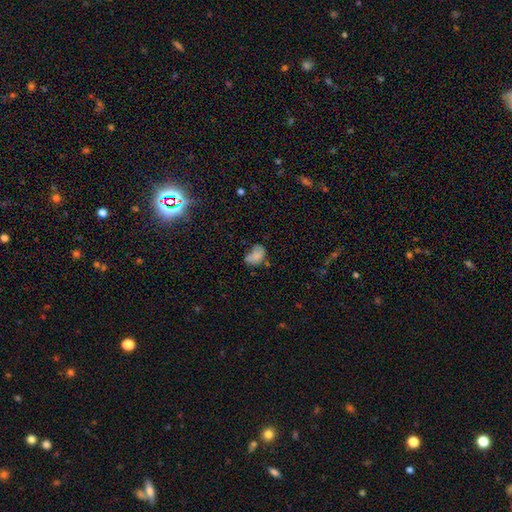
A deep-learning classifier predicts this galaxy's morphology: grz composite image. It shows a smooth galaxy with no disk features (73%) that is in between round and cigar-shaped (80%). Merging: none (37%).